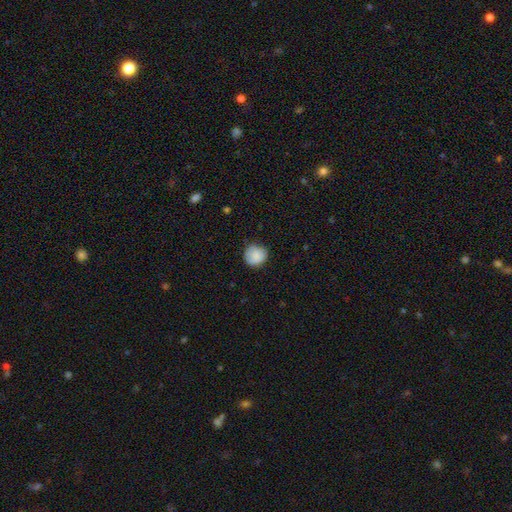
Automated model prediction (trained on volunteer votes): The model was most divided on "merging": none: 77%, minor disturbance: 18%, major disturbance: 4%, merger: 1%. More confident: how rounded — round (90%); smooth or featured — smooth (84%).